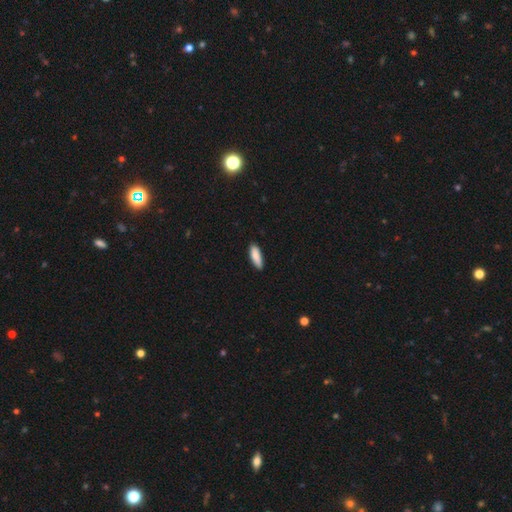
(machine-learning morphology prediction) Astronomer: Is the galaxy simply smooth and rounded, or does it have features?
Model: smooth — 87%.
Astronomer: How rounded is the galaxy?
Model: in between — 51% (runner-up: cigar-shaped, 47%).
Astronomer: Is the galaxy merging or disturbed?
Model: none — 85%.